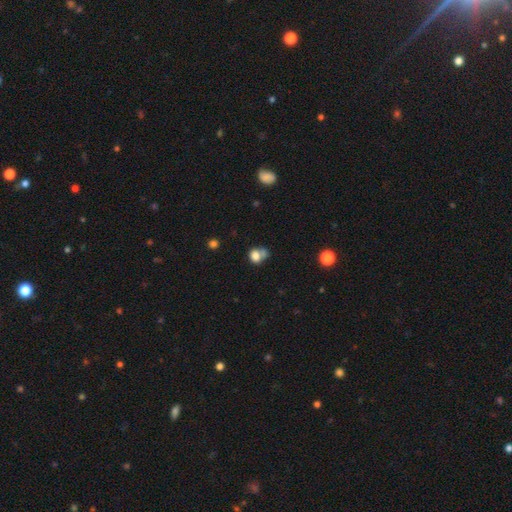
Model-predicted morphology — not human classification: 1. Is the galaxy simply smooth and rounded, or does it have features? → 77% smooth, 12% star or artifact, 11% featured or disk.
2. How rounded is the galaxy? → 58% round, 40% in between, 1% cigar-shaped.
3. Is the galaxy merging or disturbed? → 38% merger, 35% none, 16% minor disturbance, 10% major disturbance.